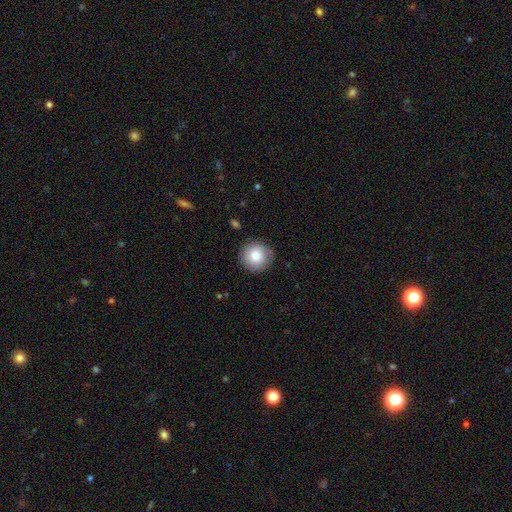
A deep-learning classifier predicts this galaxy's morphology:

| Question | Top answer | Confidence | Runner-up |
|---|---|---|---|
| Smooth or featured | smooth | 83% | featured or disk (10%) |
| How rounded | round | 94% | in between (5%) |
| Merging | none | 88% | minor disturbance (9%) |